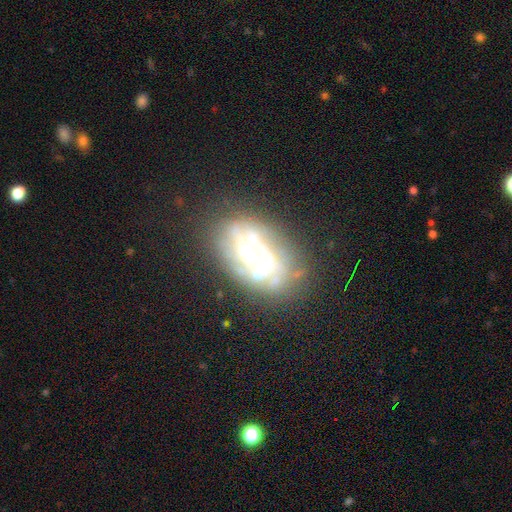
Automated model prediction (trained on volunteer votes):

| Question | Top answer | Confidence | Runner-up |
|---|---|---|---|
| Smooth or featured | featured or disk | 70% | smooth (19%) |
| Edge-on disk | no | 94% | yes (6%) |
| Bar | no | 56% | weak (29%) |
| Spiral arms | yes | 57% | no (43%) |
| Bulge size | small | 41% | moderate (29%) |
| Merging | none | 59% | minor disturbance (21%) |